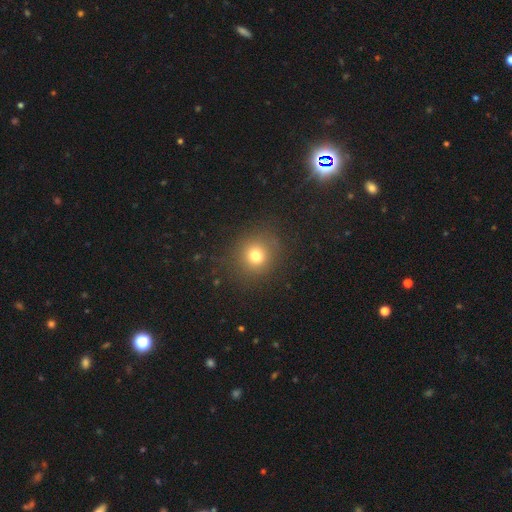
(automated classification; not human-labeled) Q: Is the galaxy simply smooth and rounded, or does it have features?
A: smooth — 76%.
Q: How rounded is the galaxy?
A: round — 85%.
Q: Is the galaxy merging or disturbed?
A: none — 85%.